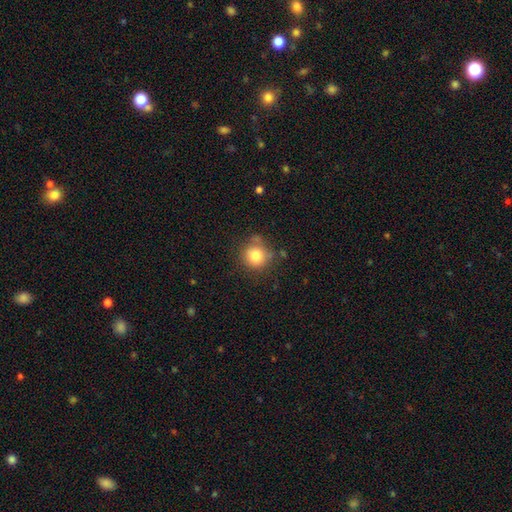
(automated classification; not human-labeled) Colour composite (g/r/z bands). It shows a smooth galaxy with no disk features (81%) that is round (89%). Merging: none (69%).